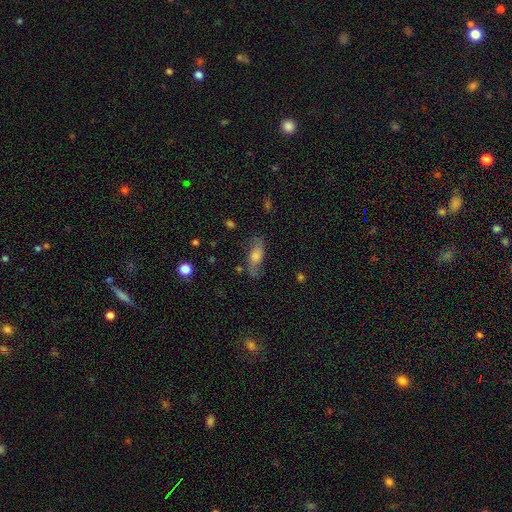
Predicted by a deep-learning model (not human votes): Overall: featured or disk (51%; smooth 37%). Edge-on disk: no (76%). Merging: none (70%).